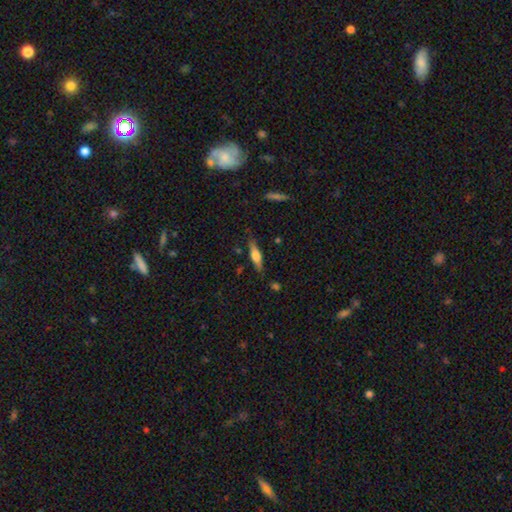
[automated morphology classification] A smooth galaxy with no disk features (49%). Merging: none (80%).